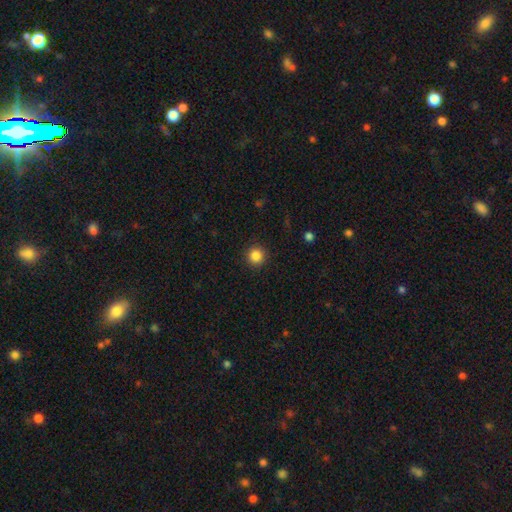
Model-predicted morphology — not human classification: smooth-or-featured: smooth: 86% | star or artifact: 11% | featured or disk: 4%
  how-rounded: round: 95% | in between: 4% | cigar-shaped: 1%
  merging: none: 91% | minor disturbance: 6% | major disturbance: 2% | merger: 1%